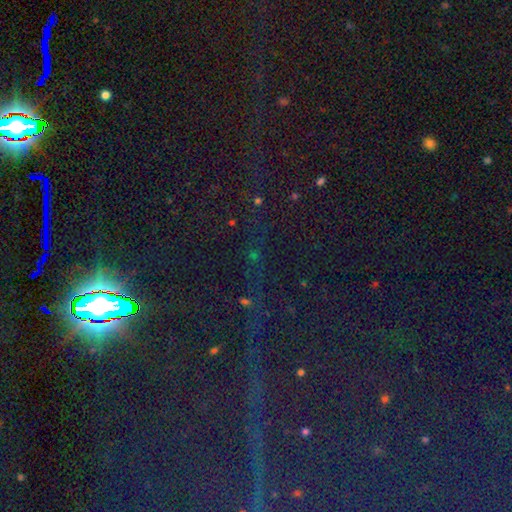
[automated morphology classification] type=star or artifact (83%).